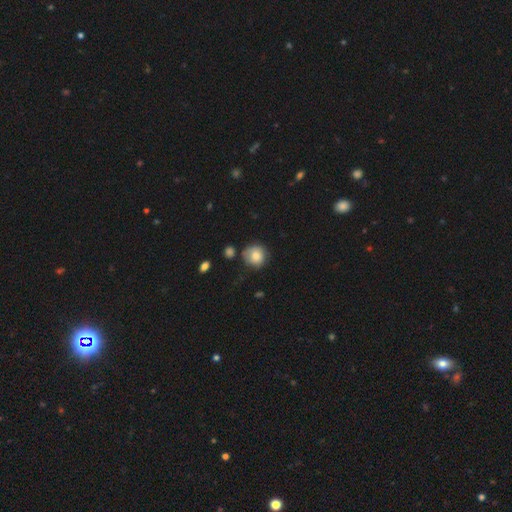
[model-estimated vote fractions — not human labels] This is clearly a smooth galaxy (81%). How rounded: clearly round (89%). Merging: likely none (71%).